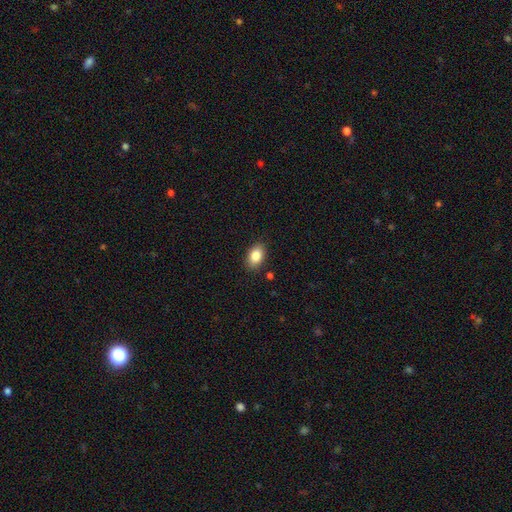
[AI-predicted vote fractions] The model was most divided on "how rounded": in between: 87%, round: 12%, cigar-shaped: 1%. More confident: merging — none (87%); smooth or featured — smooth (86%).